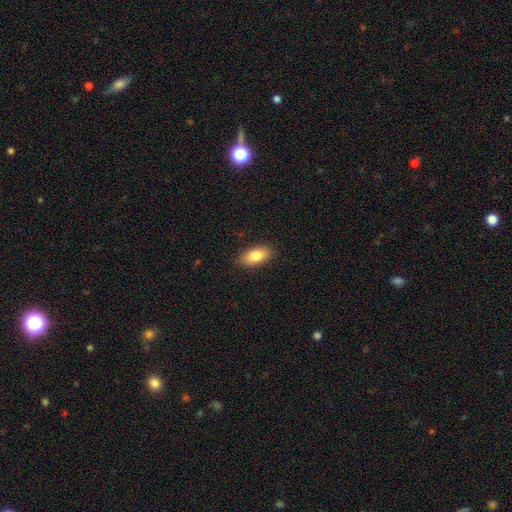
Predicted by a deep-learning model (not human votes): smooth 81%, featured or disk 12%, star or artifact 7%. Down the decision tree: how rounded — in between (89%); merging — none (86%).